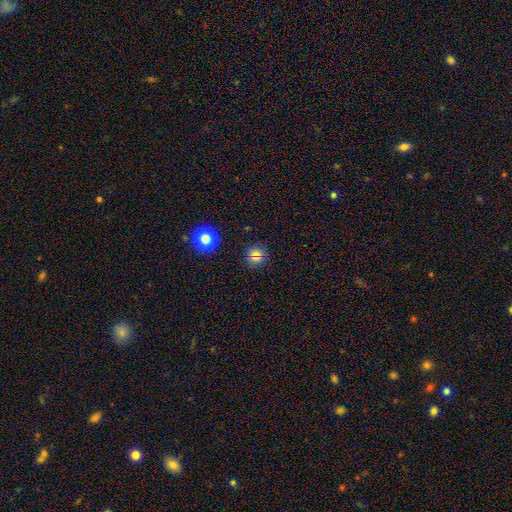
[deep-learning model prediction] Smooth or featured: smooth — 70% (star or artifact — 22%)
How rounded: round — 92% (in between — 7%)
Merging: none — 85% (minor disturbance — 8%)